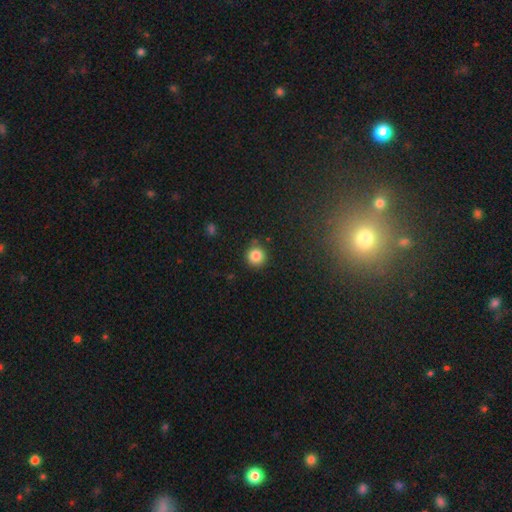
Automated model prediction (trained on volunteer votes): Smooth or featured? Predicted: smooth (p=0.84). How rounded? Predicted: round (p=0.94). Merging? Predicted: none (p=0.86).